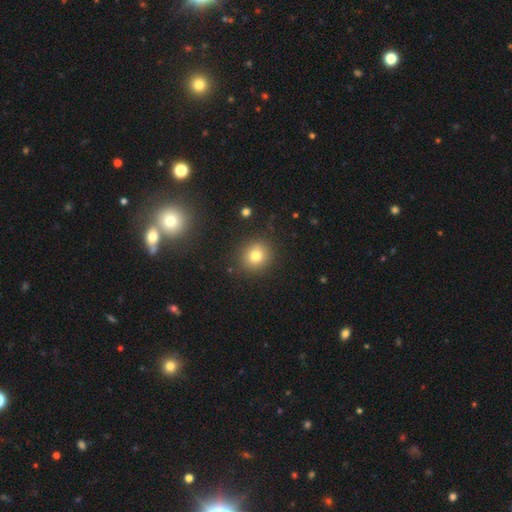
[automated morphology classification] This appears to be a smooth galaxy with no disk features (79%) that is round (81%). Merging: none (86%).